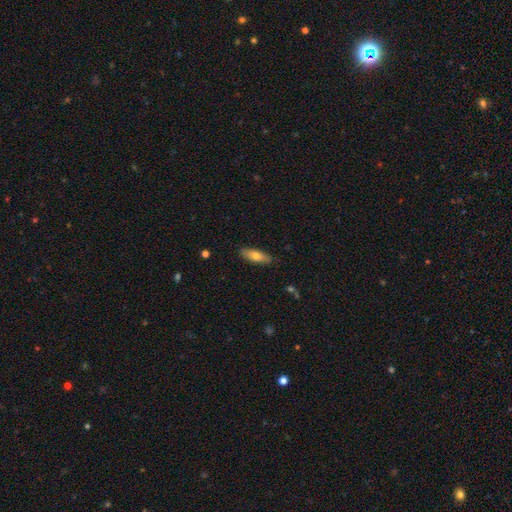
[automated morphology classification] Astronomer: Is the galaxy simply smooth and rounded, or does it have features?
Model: smooth — 70%.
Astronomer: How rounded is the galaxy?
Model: in between — 59% (runner-up: cigar-shaped, 39%).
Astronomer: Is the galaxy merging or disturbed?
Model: none — 87%.